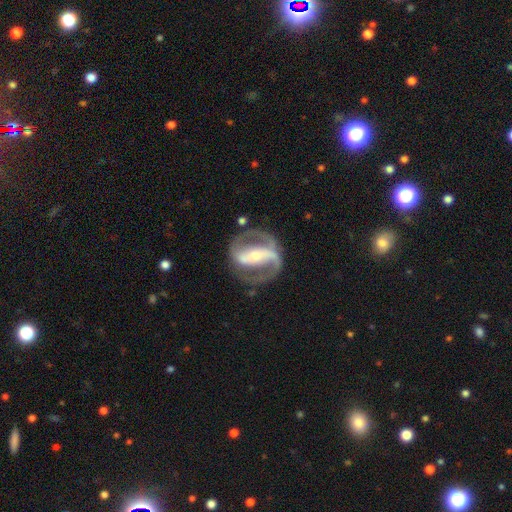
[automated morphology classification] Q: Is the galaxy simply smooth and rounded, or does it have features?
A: featured or disk — 88%.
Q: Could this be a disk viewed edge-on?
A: no — 96%.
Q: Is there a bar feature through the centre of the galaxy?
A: strong — 71%.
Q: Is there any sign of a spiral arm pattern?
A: yes — 88%.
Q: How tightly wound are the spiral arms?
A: medium — 49%.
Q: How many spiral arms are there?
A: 2 — 88%.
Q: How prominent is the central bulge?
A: small — 58%.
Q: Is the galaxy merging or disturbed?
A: none — 73%.